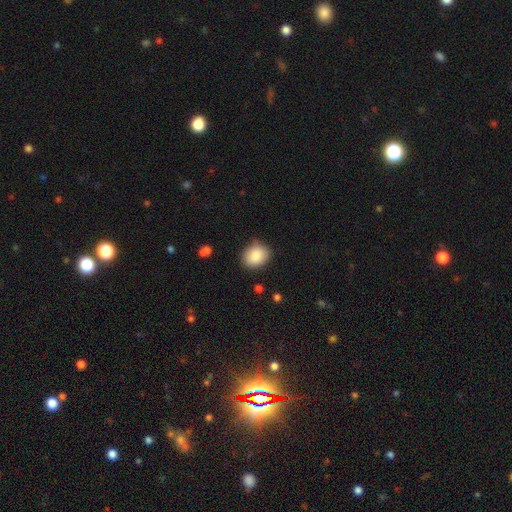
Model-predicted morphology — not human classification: Smooth or featured?
  - smooth: 86% *
  - star or artifact: 8%
  - featured or disk: 7%
How rounded?
  - round: 50% *
  - in between: 49%
  - cigar-shaped: 1%
Merging?
  - none: 81% *
  - minor disturbance: 14%
  - major disturbance: 3%
  - merger: 2%